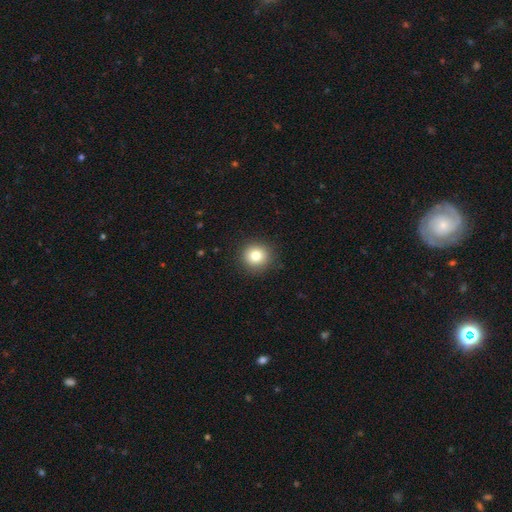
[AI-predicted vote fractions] This appears to be a smooth galaxy with no disk features (81%) that is round (92%). Merging: none (90%).